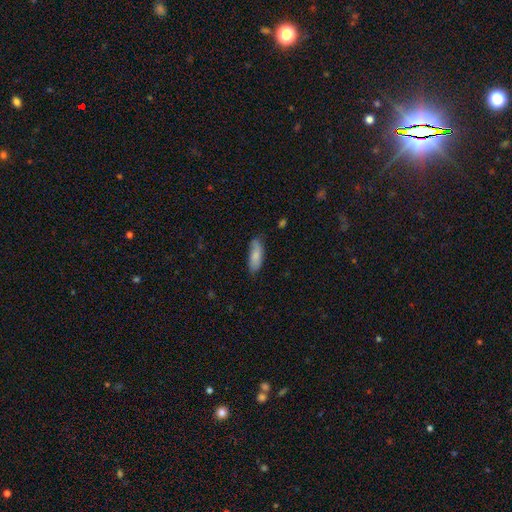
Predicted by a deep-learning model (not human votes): A smooth galaxy with no disk features (81%) that is in between round and cigar-shaped (66%). Merging: none (68%).